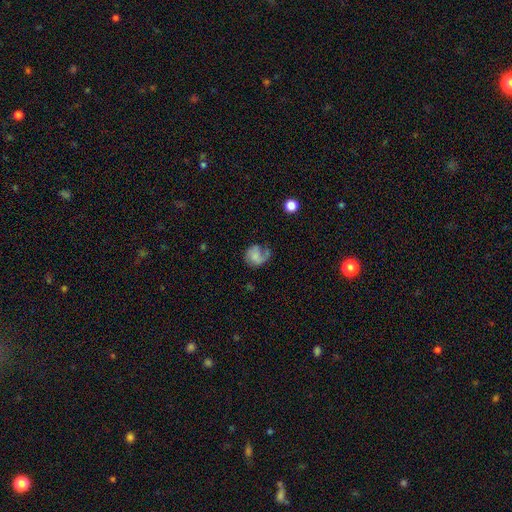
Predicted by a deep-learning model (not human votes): The model was most divided on "smooth or featured": featured or disk: 47%, smooth: 44%, star or artifact: 9%. Remaining: merging — none (41%).